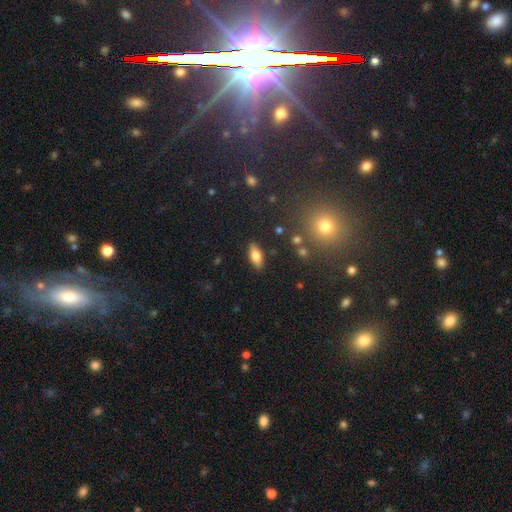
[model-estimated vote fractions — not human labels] A smooth galaxy with no disk features (78%) that is in between round and cigar-shaped (85%). Merging: none (87%).